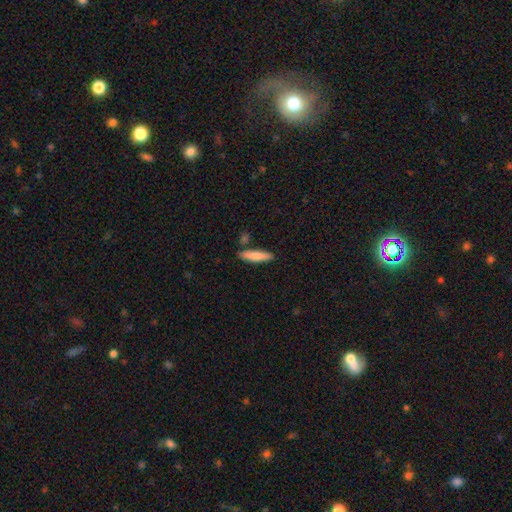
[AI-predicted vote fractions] This appears to be a smooth galaxy with no disk features (80%) that is cigar-shaped (77%). Merging: none (82%).